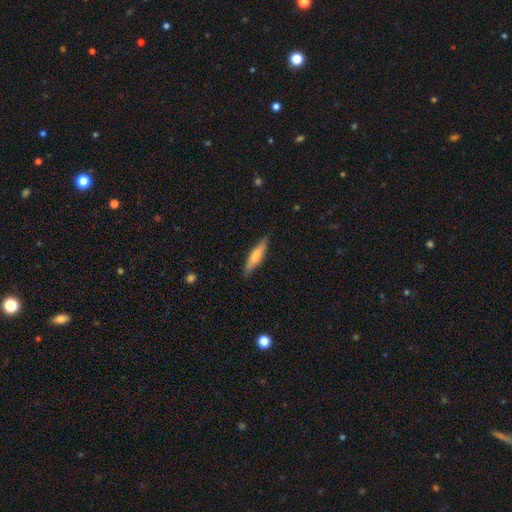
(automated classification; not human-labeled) Smooth or featured: smooth — 62% (featured or disk — 32%)
How rounded: cigar-shaped — 79% (in between — 19%)
Merging: none — 86% (minor disturbance — 11%)